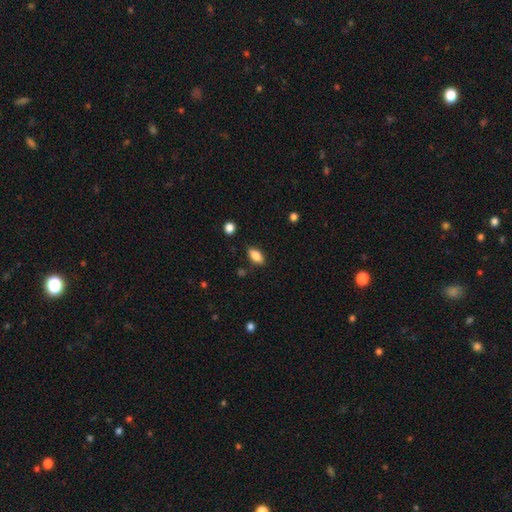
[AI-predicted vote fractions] smooth_or_featured: smooth (p=0.84) [alt: featured or disk p=0.08]
how_rounded: in between (p=0.88) [alt: cigar-shaped p=0.08]
merging: none (p=0.83) [alt: minor disturbance p=0.12]